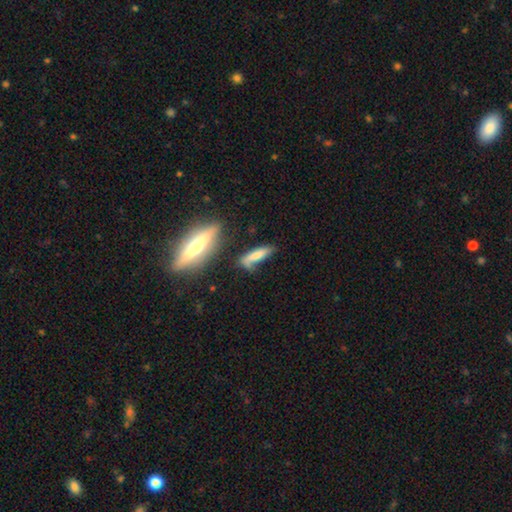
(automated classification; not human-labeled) Smooth or featured? Predicted: smooth (p=0.70). How rounded? Predicted: cigar-shaped (p=0.66). Merging? Predicted: none (p=0.47).